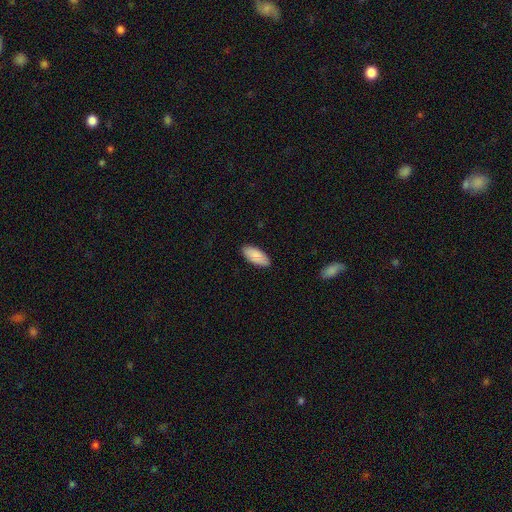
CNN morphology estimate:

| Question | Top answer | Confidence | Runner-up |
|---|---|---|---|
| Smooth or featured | smooth | 87% | featured or disk (7%) |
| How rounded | in between | 89% | cigar-shaped (9%) |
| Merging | none | 88% | minor disturbance (10%) |